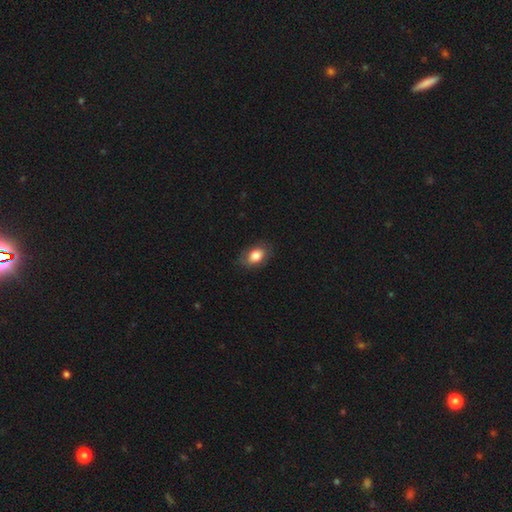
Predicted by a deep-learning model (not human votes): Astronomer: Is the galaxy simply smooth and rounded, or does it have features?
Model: smooth — 78%.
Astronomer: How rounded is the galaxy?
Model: in between — 84%.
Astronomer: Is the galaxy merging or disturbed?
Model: none — 78%.